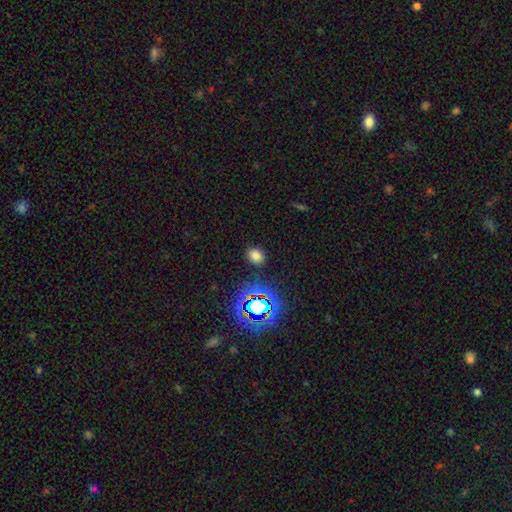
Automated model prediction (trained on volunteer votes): Smooth or featured: smooth — 71% (star or artifact — 23%)
How rounded: in between — 54% (round — 45%)
Merging: none — 86% (minor disturbance — 9%)